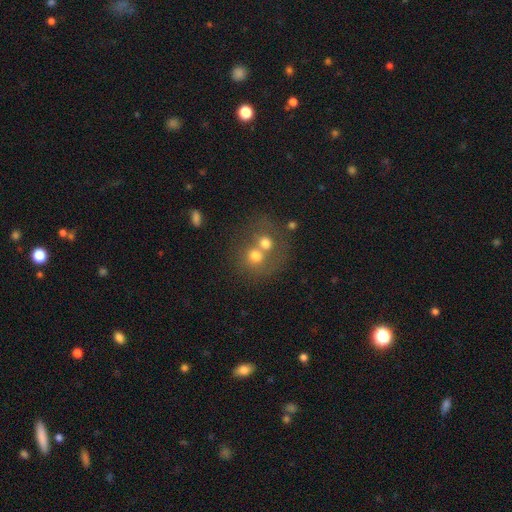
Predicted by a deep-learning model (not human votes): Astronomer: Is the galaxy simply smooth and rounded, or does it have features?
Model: smooth — 62%.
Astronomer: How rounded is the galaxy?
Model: round — 76%.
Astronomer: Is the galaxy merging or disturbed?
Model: merger — 62%.